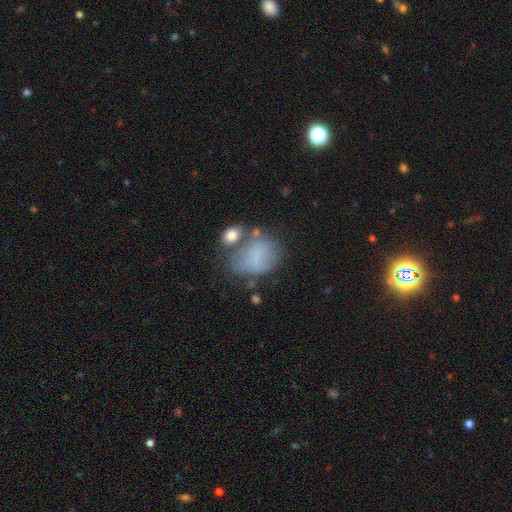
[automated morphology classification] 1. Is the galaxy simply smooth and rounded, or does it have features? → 62% smooth, 24% featured or disk, 14% star or artifact.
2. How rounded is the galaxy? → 57% in between, 41% round, 1% cigar-shaped.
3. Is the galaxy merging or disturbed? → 40% none, 25% minor disturbance, 18% merger, 17% major disturbance.